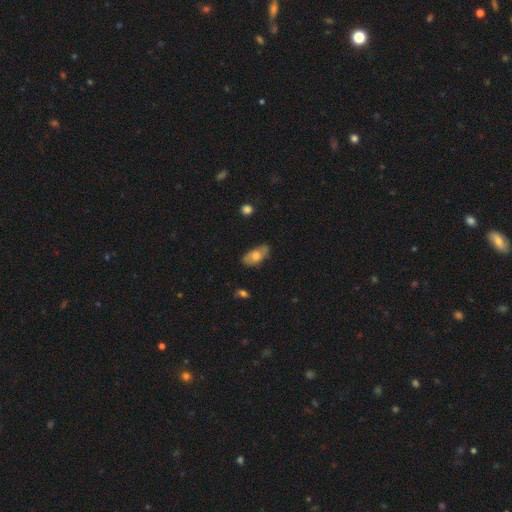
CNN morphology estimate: smooth-or-featured: smooth: 62% | featured or disk: 30% | star or artifact: 7%
  how-rounded: in between: 90% | cigar-shaped: 6% | round: 5%
  merging: none: 60% | minor disturbance: 30% | major disturbance: 7% | merger: 4%